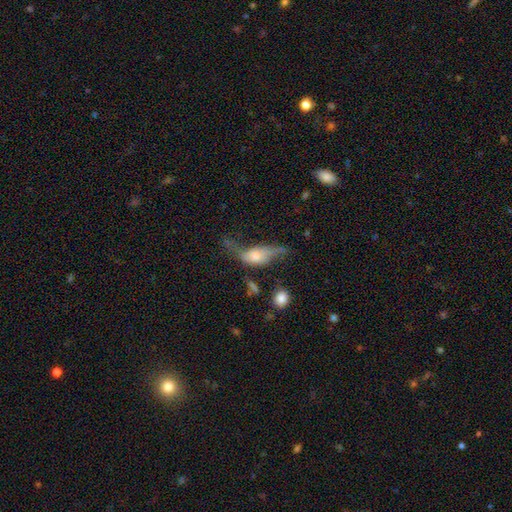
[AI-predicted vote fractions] Smooth or featured? featured or disk (51%)
Edge-on disk? no (55%)
Merging? major disturbance (42%)